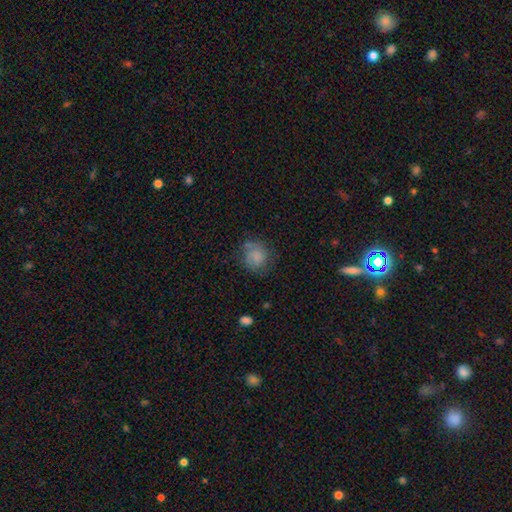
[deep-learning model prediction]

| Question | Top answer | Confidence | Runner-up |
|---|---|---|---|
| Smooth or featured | smooth | 66% | featured or disk (24%) |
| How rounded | round | 79% | in between (20%) |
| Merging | none | 58% | minor disturbance (24%) |